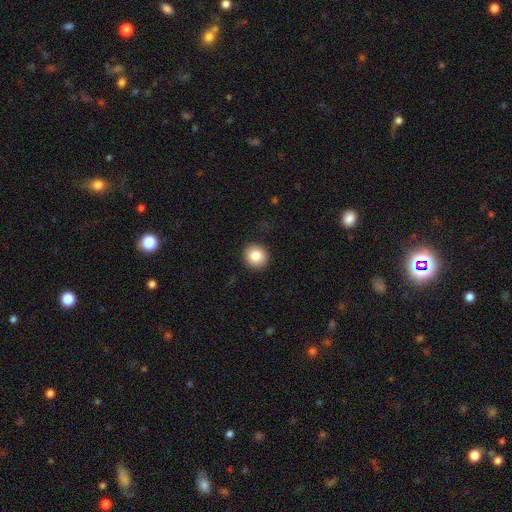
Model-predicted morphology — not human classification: type=smooth (84%); roundness=round (90%); merging=none (91%).